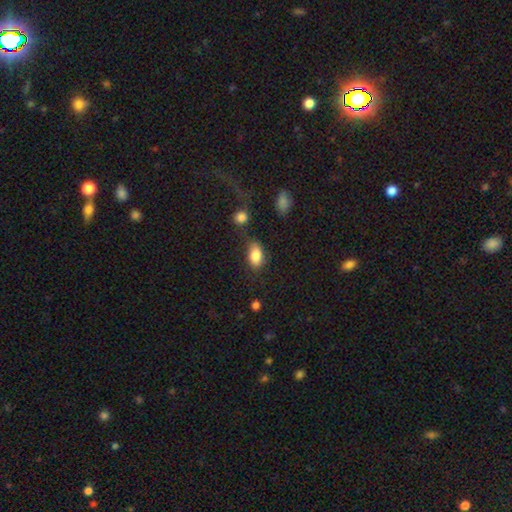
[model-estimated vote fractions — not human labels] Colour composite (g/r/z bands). It shows a smooth galaxy with no disk features (84%) that is in between round and cigar-shaped (89%). Merging: none (65%).